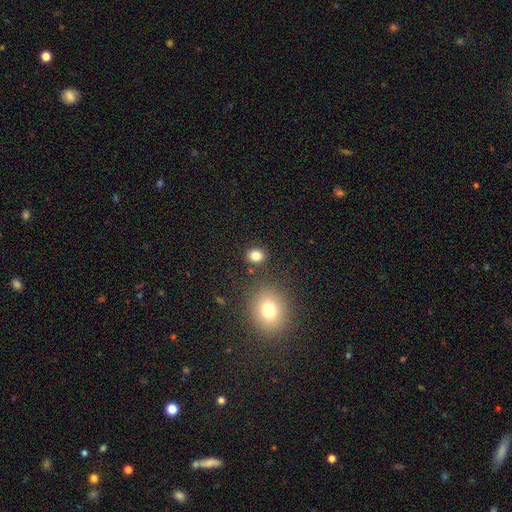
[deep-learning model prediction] Smooth or featured? Predicted: smooth (p=0.82). How rounded? Predicted: round (p=0.64). Merging? Predicted: none (p=0.84).